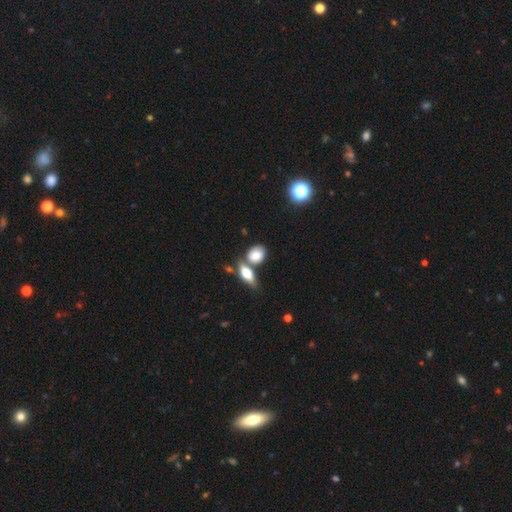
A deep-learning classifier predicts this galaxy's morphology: type=smooth (75%); roundness=in between (62%); merging=none (55%).